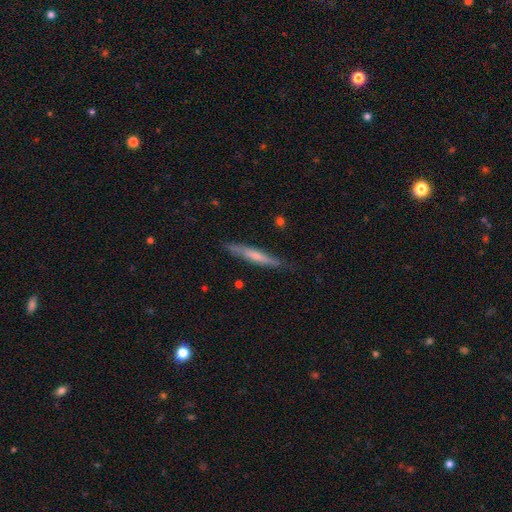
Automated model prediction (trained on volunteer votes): Overall: smooth (53%; featured or disk 42%). How rounded: cigar-shaped (93%). Merging: none (82%).